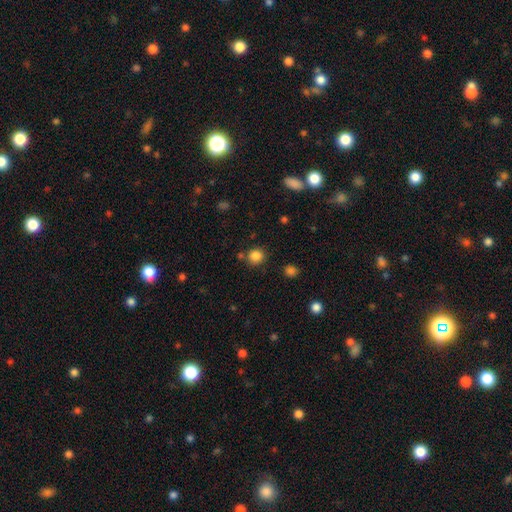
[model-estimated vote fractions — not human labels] This is clearly a smooth galaxy (85%). How rounded: clearly round (89%). Merging: clearly none (81%).